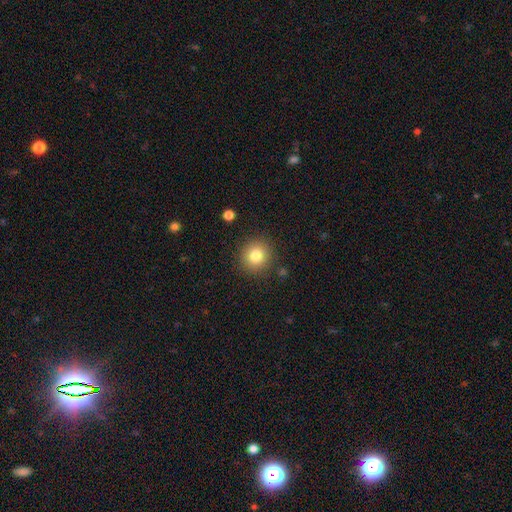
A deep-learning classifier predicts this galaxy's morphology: A smooth galaxy with no disk features (81%) that is round (89%). Merging: none (88%).